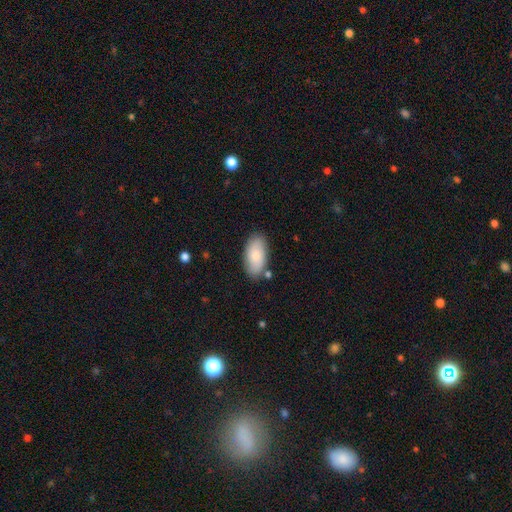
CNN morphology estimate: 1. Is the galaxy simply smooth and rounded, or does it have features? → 81% smooth, 13% featured or disk, 6% star or artifact.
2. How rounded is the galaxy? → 94% in between, 3% cigar-shaped, 3% round.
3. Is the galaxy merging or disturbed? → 80% none, 13% minor disturbance, 4% merger, 3% major disturbance.